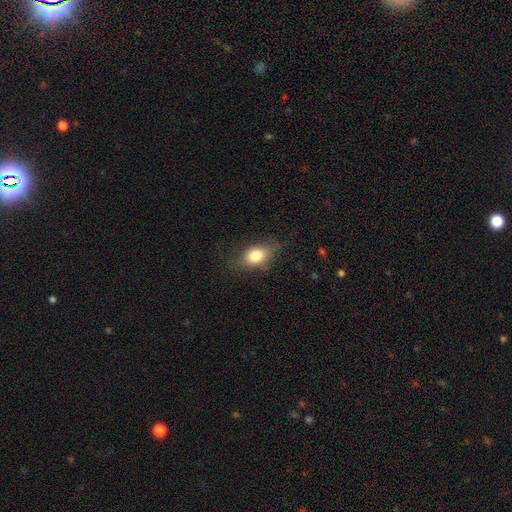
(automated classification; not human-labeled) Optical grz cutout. It shows a smooth galaxy with no disk features (80%) that is in between round and cigar-shaped (81%). Merging: none (71%).